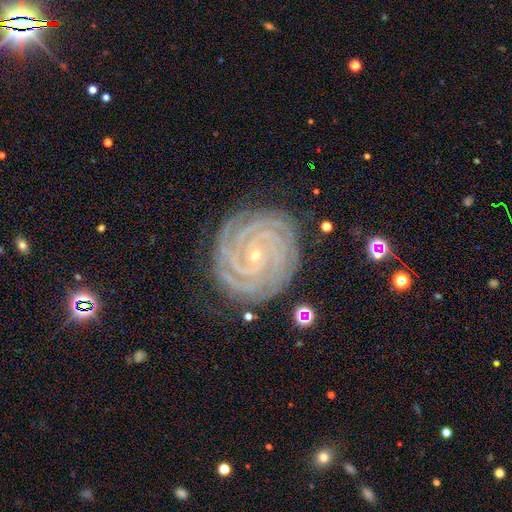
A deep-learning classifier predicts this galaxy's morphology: Smooth or featured? Predicted: featured or disk (p=0.92). Edge-on disk? Predicted: no (p=0.98). Bar? Predicted: no (p=0.64). Spiral arms? Predicted: yes (p=0.99). Spiral winding? Predicted: tight (p=0.91). Spiral arm count? Predicted: 4 (p=0.27). Bulge size? Predicted: small (p=0.86). Merging? Predicted: none (p=0.85).